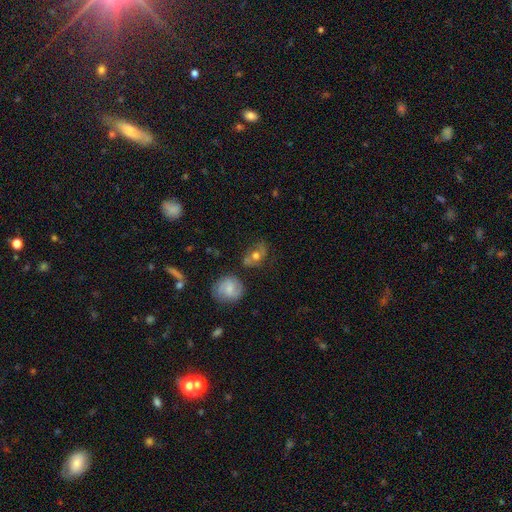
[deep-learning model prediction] smooth_or_featured: smooth (p=0.53) [alt: featured or disk p=0.37]
how_rounded: in between (p=0.57) [alt: round p=0.40]
merging: none (p=0.51) [alt: minor disturbance p=0.21]